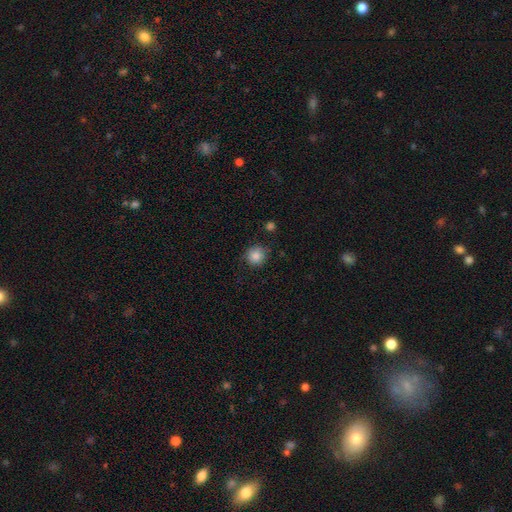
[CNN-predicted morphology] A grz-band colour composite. It shows a smooth galaxy with no disk features (85%) that is round (91%). Merging: none (83%).